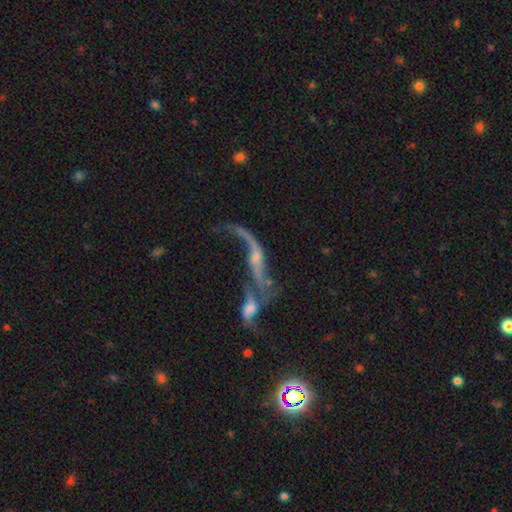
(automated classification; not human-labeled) A featured or disk galaxy (75%) with no bar (59%), spiral arms (76%) and a small central bulge (44%). Merging: merger (62%).